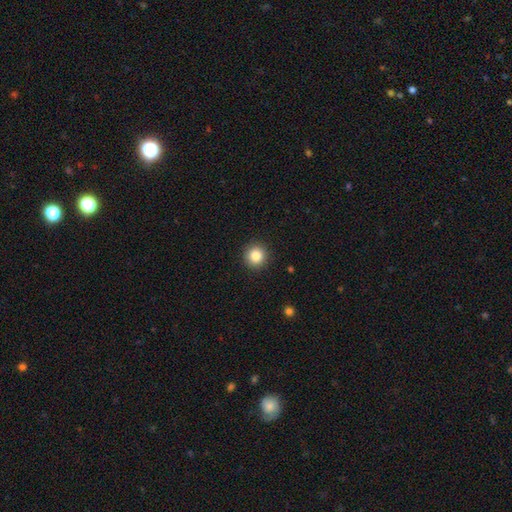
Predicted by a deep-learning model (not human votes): Morphology: type=smooth (85%); roundness=round (94%); merging=none (92%).